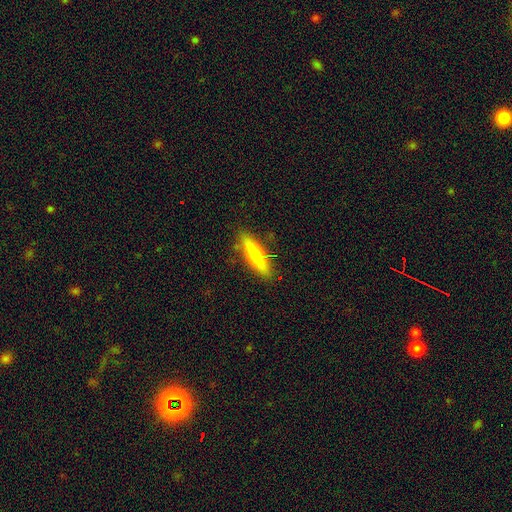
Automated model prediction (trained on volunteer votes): Q: Smooth or featured?
A: smooth (53%); runner-up: featured or disk (41%)
Q: How rounded?
A: cigar-shaped (77%); runner-up: in between (21%)
Q: Merging?
A: none (86%); runner-up: minor disturbance (10%)